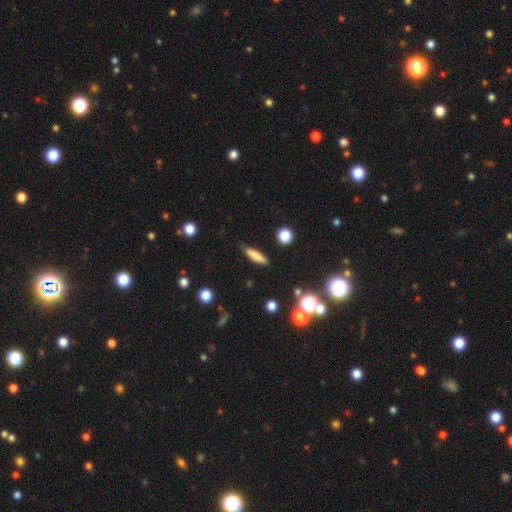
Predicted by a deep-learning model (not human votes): Q: Smooth or featured?
A: smooth (77%); runner-up: featured or disk (15%)
Q: How rounded?
A: cigar-shaped (71%); runner-up: in between (27%)
Q: Merging?
A: none (85%); runner-up: minor disturbance (11%)